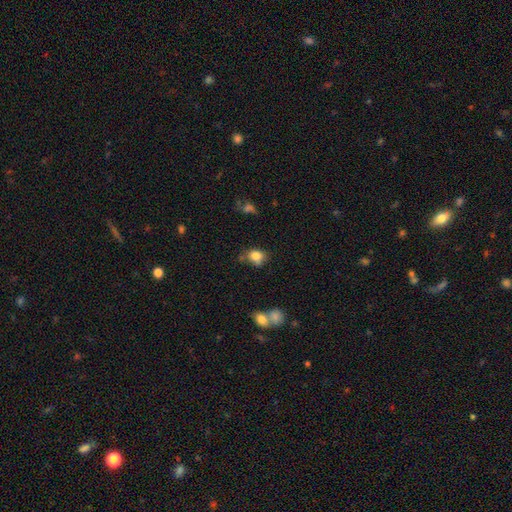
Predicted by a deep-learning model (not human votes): Smooth or featured: smooth — 81% (star or artifact — 10%)
How rounded: round — 51% (in between — 48%)
Merging: none — 57% (minor disturbance — 26%)